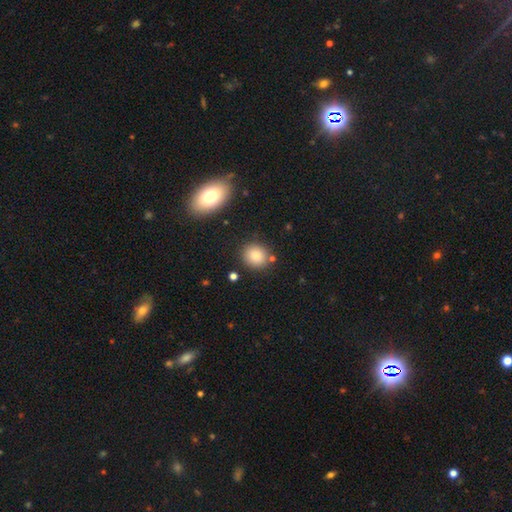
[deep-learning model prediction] A smooth galaxy with no disk features (85%) that is round (81%).

Vote fractions:
- Smooth or featured? smooth: 85% / star or artifact: 9% / featured or disk: 6%
- How rounded? round: 81% / in between: 18% / cigar-shaped: 1%
- Merging? none: 82% / minor disturbance: 10% / merger: 5% / major disturbance: 3%